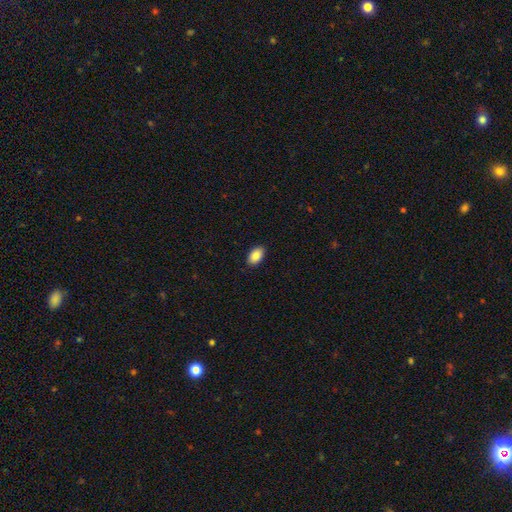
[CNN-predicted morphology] Overall: smooth (88%). How rounded: in between (93%). Merging: none (89%).